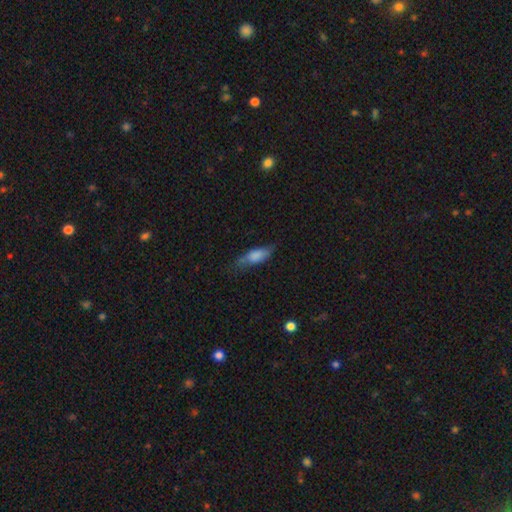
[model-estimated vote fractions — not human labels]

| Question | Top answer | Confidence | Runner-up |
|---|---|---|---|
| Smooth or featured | smooth | 74% | featured or disk (19%) |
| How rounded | in between | 65% | cigar-shaped (32%) |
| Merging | none | 55% | minor disturbance (31%) |